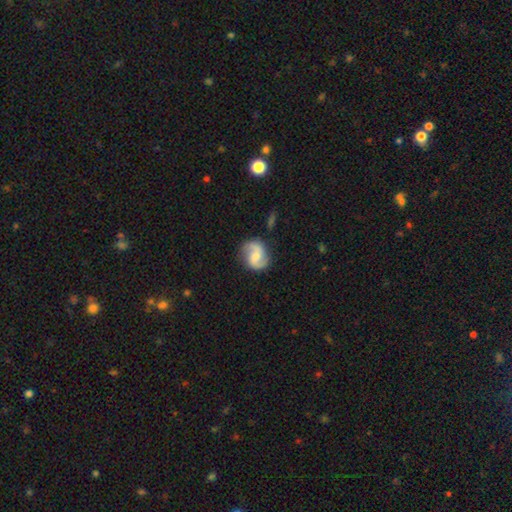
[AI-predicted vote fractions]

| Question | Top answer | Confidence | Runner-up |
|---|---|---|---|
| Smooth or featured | featured or disk | 81% | smooth (14%) |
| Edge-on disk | no | 98% | yes (2%) |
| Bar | no | 46% | weak (44%) |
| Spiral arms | yes | 96% | no (4%) |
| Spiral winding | medium | 46% | loose (40%) |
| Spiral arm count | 2 | 92% | can't tell (3%) |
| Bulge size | moderate | 45% | small (38%) |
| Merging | none | 81% | minor disturbance (13%) |